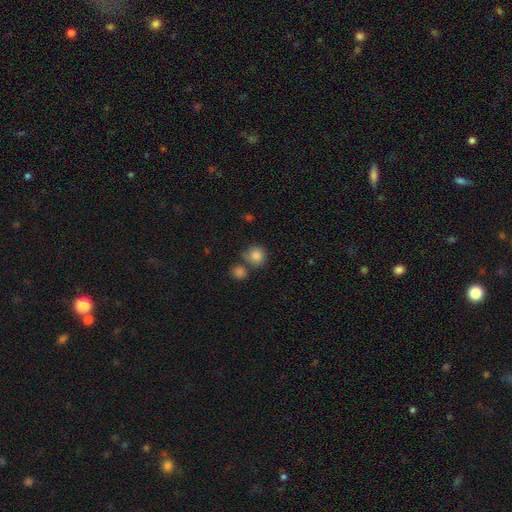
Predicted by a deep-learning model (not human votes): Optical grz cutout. It shows a smooth galaxy with no disk features (85%) that is round (87%). Merging: none (62%).